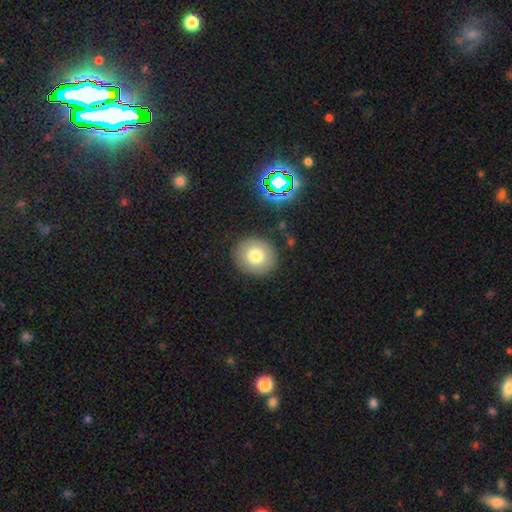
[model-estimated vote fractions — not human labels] This appears to be a smooth galaxy with no disk features (76%) that is round (89%). Merging: none (88%).